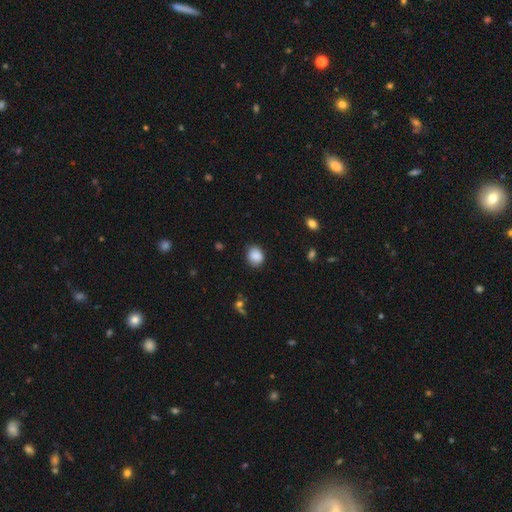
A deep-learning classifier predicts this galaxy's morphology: Overall: smooth (88%). How rounded: round (60%; in between 39%). Merging: none (82%).